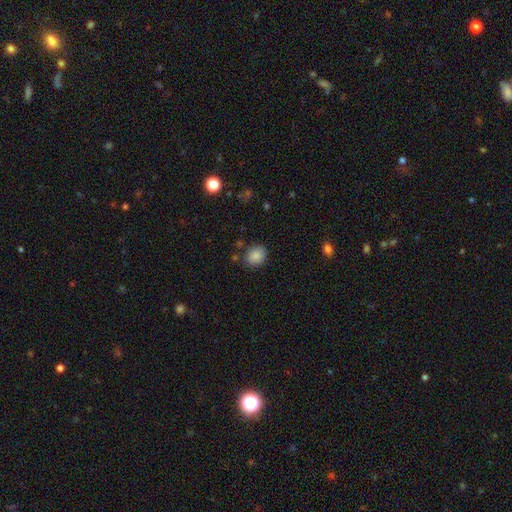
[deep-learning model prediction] Smooth or featured: smooth — 87% (star or artifact — 9%)
How rounded: round — 50% (in between — 49%)
Merging: none — 82% (minor disturbance — 12%)